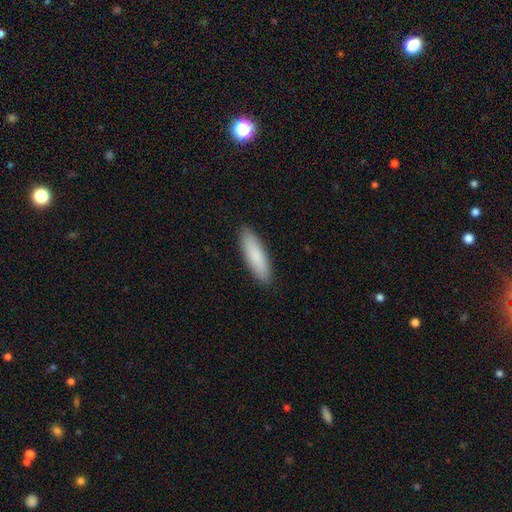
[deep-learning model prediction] This appears to be a smooth galaxy with no disk features (86%) that is cigar-shaped (59%). Merging: none (90%).